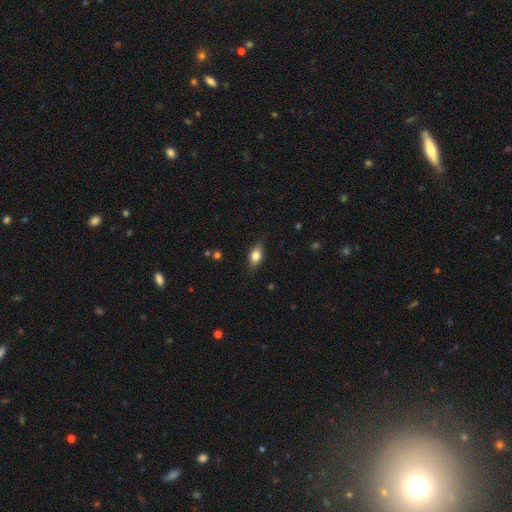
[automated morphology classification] smooth-or-featured: smooth: 75% | featured or disk: 17% | star or artifact: 8%
  how-rounded: in between: 84% | cigar-shaped: 9% | round: 8%
  merging: none: 84% | minor disturbance: 13% | major disturbance: 3% | merger: 1%